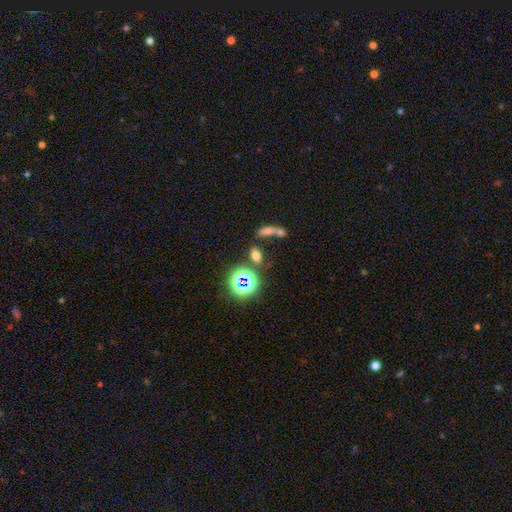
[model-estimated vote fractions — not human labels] Smooth or featured? smooth (62%)
How rounded? in between (71%)
Merging? none (62%)